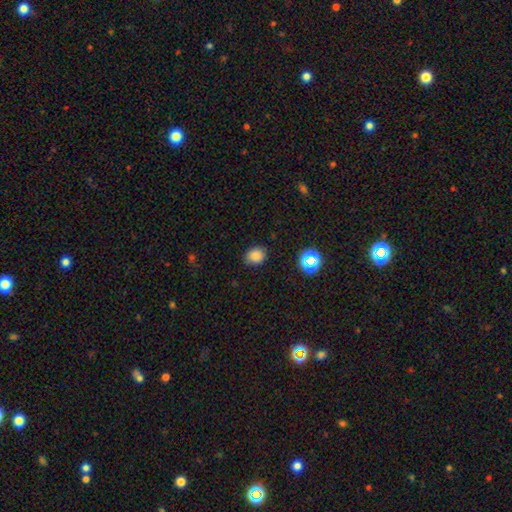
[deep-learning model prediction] Smooth or featured: smooth — 81% (star or artifact — 14%)
How rounded: round — 53% (in between — 46%)
Merging: none — 84% (minor disturbance — 12%)